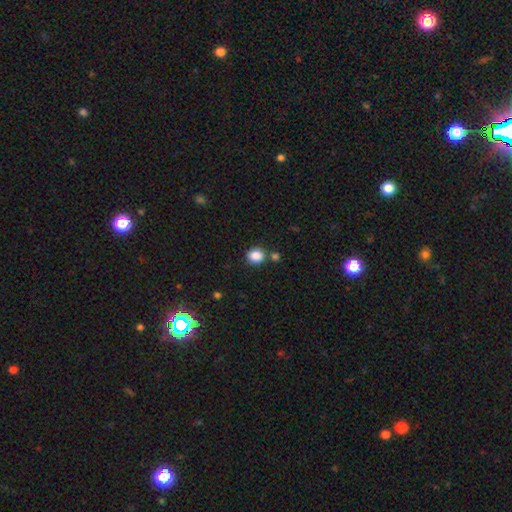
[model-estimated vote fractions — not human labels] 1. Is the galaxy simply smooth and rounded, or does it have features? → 86% smooth, 10% star or artifact, 4% featured or disk.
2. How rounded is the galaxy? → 73% round, 26% in between, 1% cigar-shaped.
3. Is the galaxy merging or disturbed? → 76% none, 11% merger, 10% minor disturbance, 3% major disturbance.